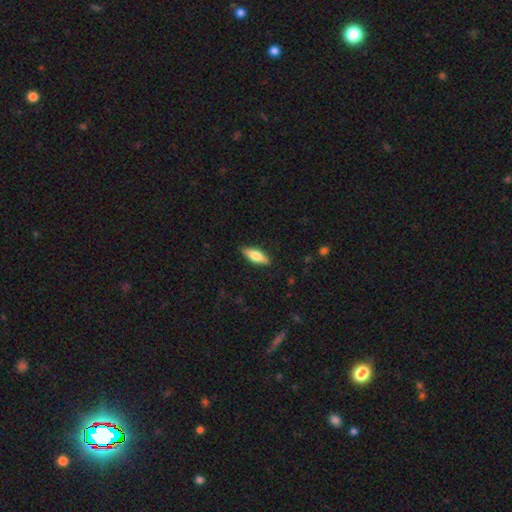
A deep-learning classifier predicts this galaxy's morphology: smooth_or_featured: smooth (p=0.67) [alt: featured or disk p=0.27]
how_rounded: in between (p=0.58) [alt: cigar-shaped p=0.39]
merging: none (p=0.88) [alt: minor disturbance p=0.09]